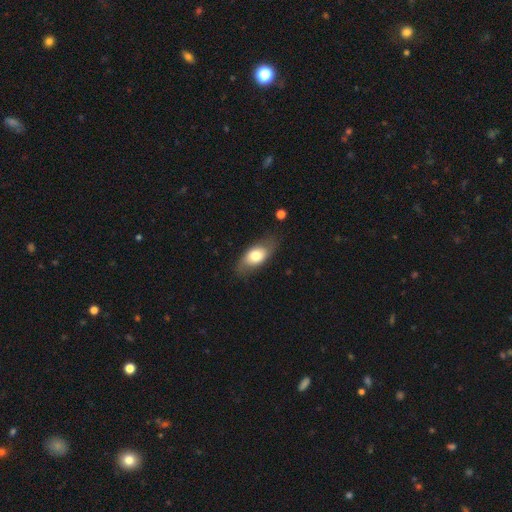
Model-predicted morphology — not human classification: smooth_or_featured: smooth (p=0.69) [alt: featured or disk p=0.25]
how_rounded: in between (p=0.87) [alt: round p=0.07]
merging: none (p=0.75) [alt: minor disturbance p=0.18]